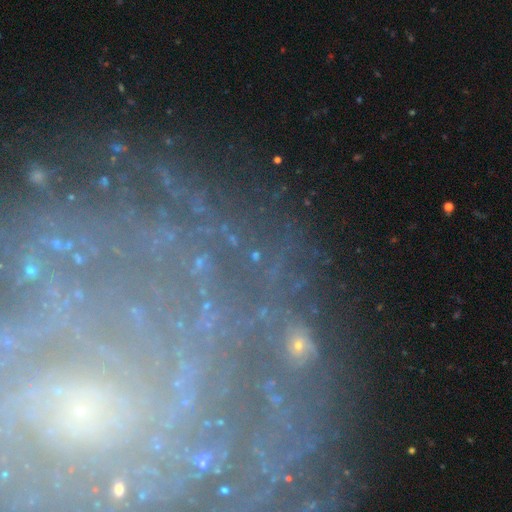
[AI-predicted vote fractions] star or artifact 44%, featured or disk 40%, smooth 16%.